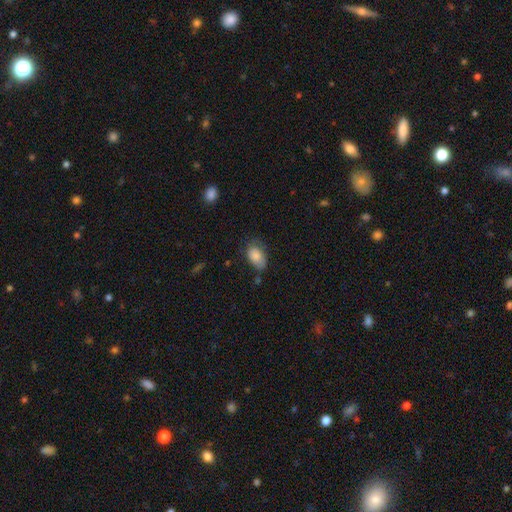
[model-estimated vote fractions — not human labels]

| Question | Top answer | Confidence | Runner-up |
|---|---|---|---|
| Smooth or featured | smooth | 85% | featured or disk (8%) |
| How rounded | in between | 89% | round (10%) |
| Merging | none | 54% | minor disturbance (32%) |